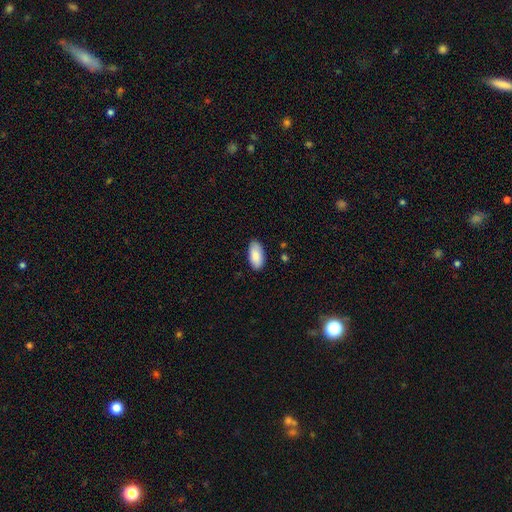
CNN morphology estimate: A smooth galaxy with no disk features (88%) that is in between round and cigar-shaped (94%). Merging: none (85%).